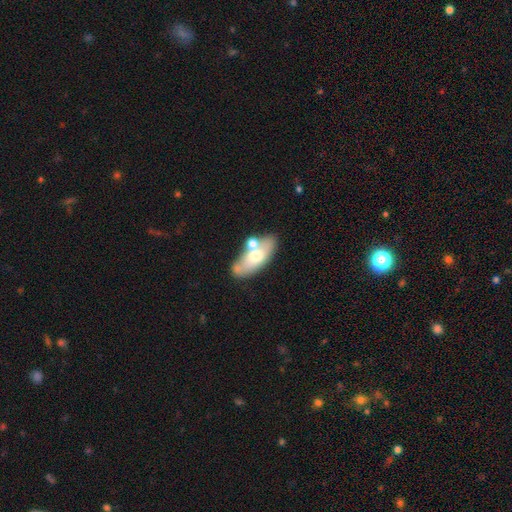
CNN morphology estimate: Smooth or featured: smooth — 55% (featured or disk — 38%)
How rounded: in between — 82% (cigar-shaped — 14%)
Merging: none — 58% (merger — 21%)